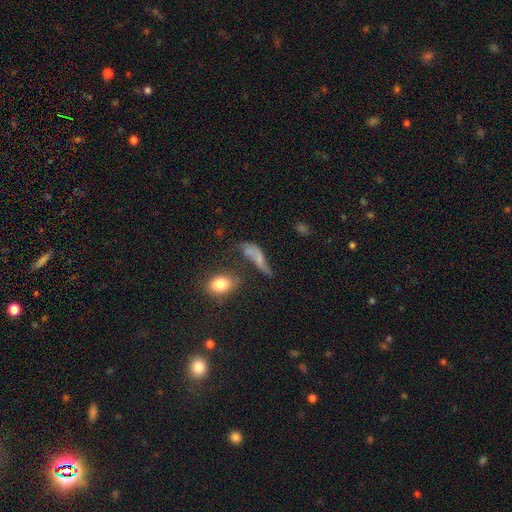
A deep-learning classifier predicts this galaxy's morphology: This is possibly a smooth galaxy (48%). Merging: marginally none (32%).